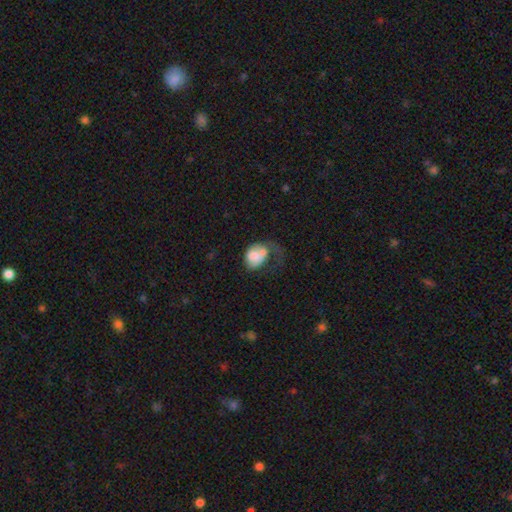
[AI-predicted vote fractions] Smooth or featured?
  - smooth: 64% *
  - featured or disk: 28%
  - star or artifact: 8%
How rounded?
  - in between: 56% *
  - round: 43%
  - cigar-shaped: 1%
Merging?
  - major disturbance: 42% *
  - merger: 26%
  - none: 17%
  - minor disturbance: 15%